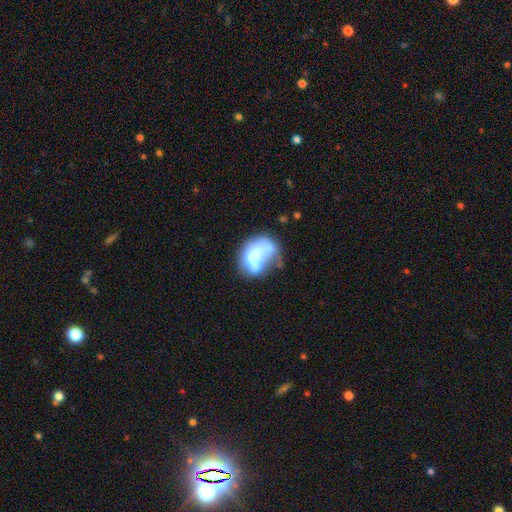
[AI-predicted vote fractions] This is possibly a smooth galaxy (48%). Merging: marginally merger (32%).